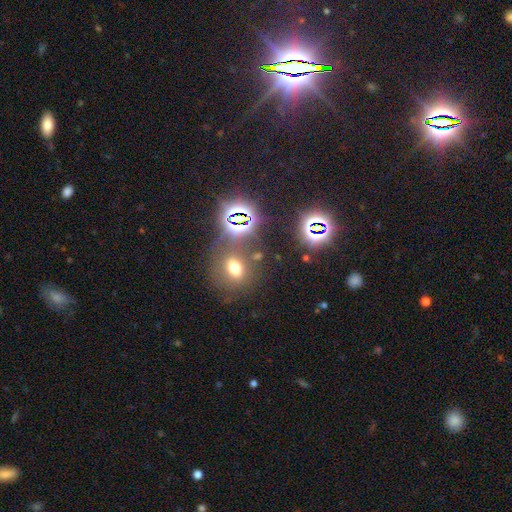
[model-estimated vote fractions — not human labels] This is possibly a star or artifact rather than a galaxy (46%).